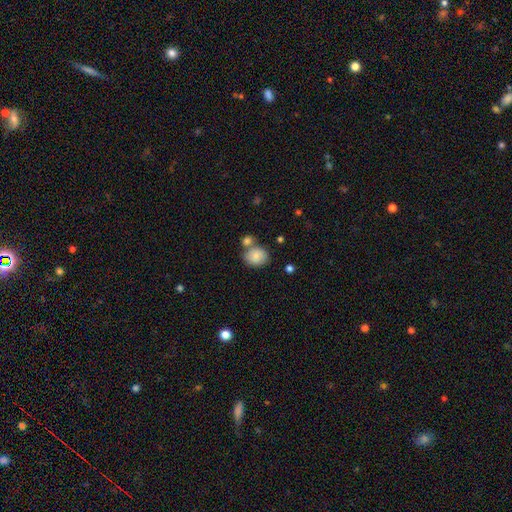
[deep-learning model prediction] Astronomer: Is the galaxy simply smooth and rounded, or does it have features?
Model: smooth — 83%.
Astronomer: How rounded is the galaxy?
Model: round — 51% (runner-up: in between, 48%).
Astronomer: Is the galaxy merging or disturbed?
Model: none — 52% (runner-up: merger, 29%).